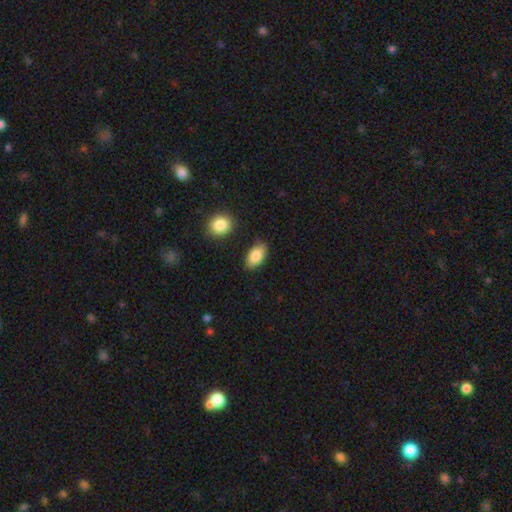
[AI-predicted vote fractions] This appears to be a smooth galaxy with no disk features (86%) that is in between round and cigar-shaped (93%). Merging: none (81%).